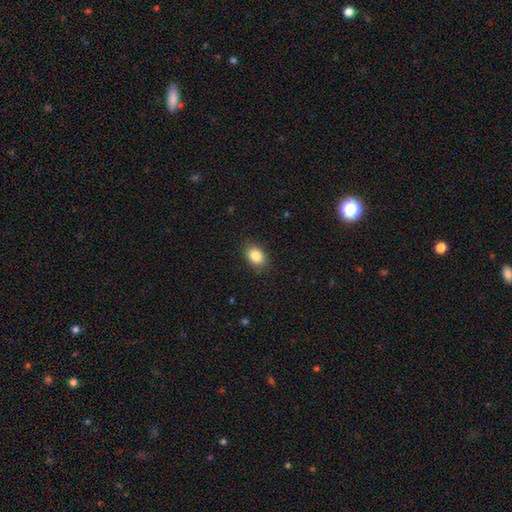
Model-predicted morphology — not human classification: type=smooth (86%); roundness=in between (75%); merging=none (86%).